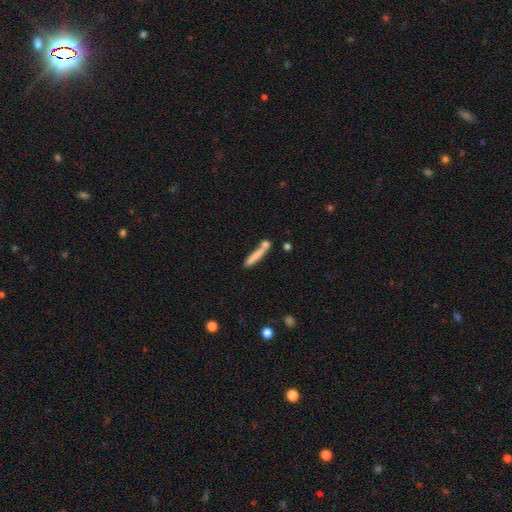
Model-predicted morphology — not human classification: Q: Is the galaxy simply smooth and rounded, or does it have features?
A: smooth — 73%.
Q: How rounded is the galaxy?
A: cigar-shaped — 91%.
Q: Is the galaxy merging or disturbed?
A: none — 57%.